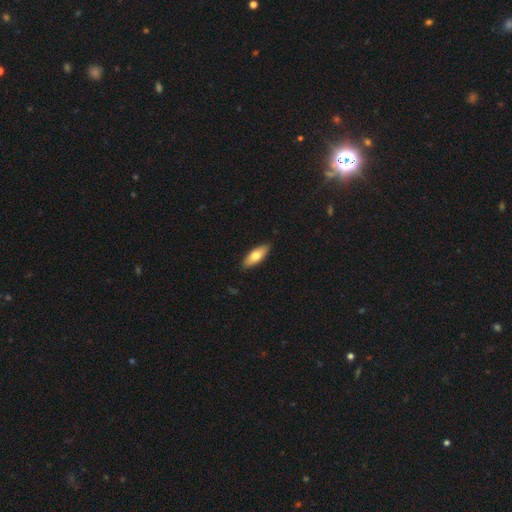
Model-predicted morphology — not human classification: Smooth or featured? smooth (71%)
How rounded? in between (71%)
Merging? none (88%)